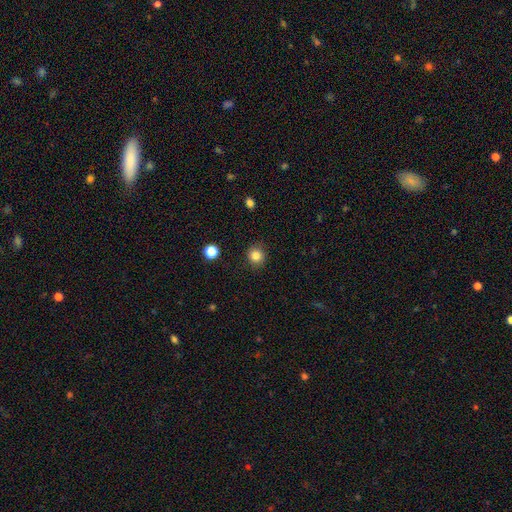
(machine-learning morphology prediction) type=smooth (84%); roundness=round (89%); merging=none (88%).